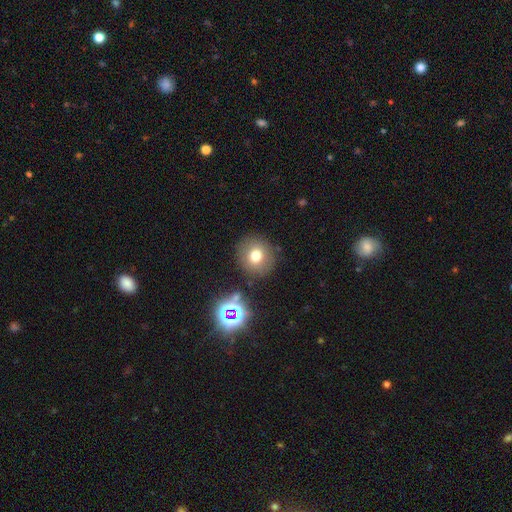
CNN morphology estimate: The model was most divided on "smooth or featured": smooth: 72%, star or artifact: 16%, featured or disk: 12%. More confident: how rounded — round (89%); merging — none (85%).